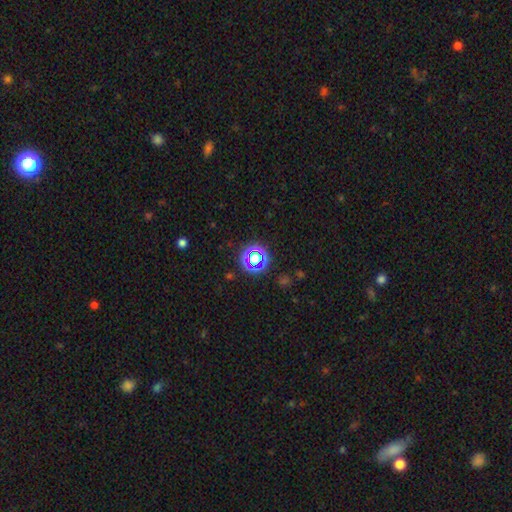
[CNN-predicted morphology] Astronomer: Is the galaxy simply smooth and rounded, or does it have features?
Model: star or artifact — 61%.